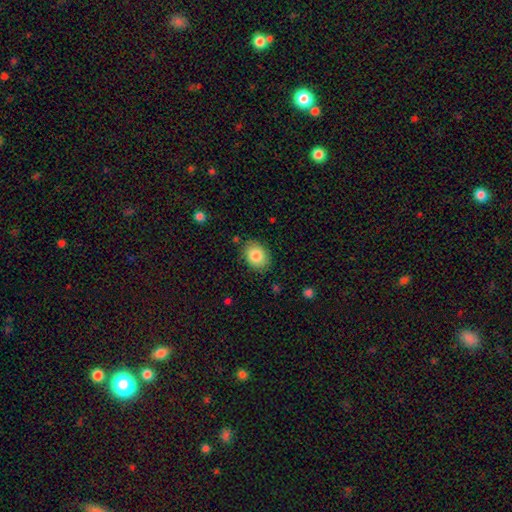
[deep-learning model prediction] Morphology: type=smooth (85%); roundness=in between (71%); merging=none (84%).